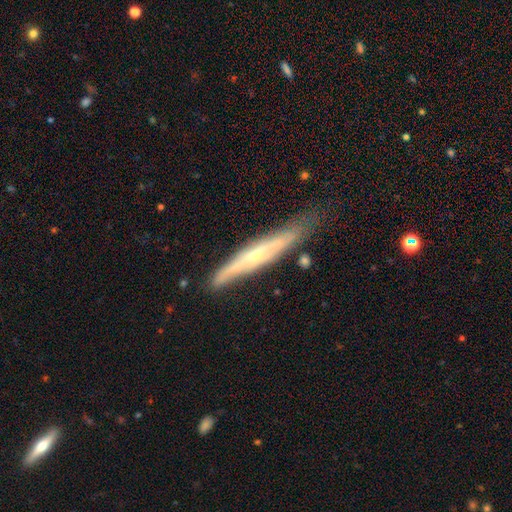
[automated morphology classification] Q: Smooth or featured?
A: featured or disk (64%); runner-up: smooth (29%)
Q: Edge-on disk?
A: yes (83%); runner-up: no (17%)
Q: Edge-on bulge?
A: rounded (63%); runner-up: none (31%)
Q: Merging?
A: none (71%); runner-up: minor disturbance (22%)